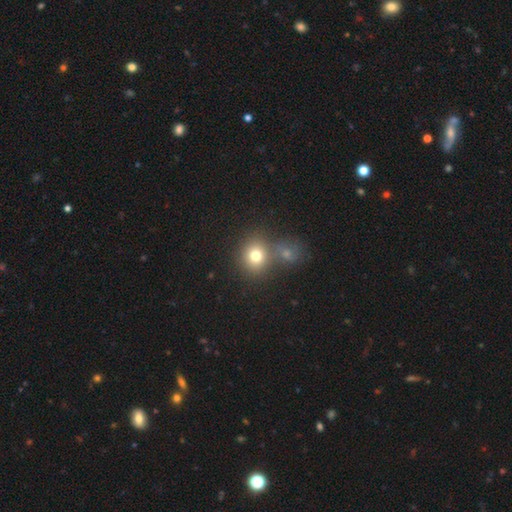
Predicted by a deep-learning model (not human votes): smooth 77%, star or artifact 13%, featured or disk 10%. Down the decision tree: how rounded — round (81%); merging — none (61%).